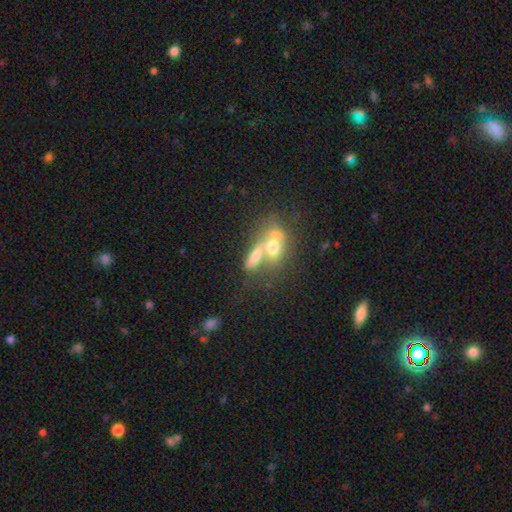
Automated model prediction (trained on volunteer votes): Smooth or featured? Predicted: smooth (p=0.54). How rounded? Predicted: in between (p=0.66). Merging? Predicted: merger (p=0.65).